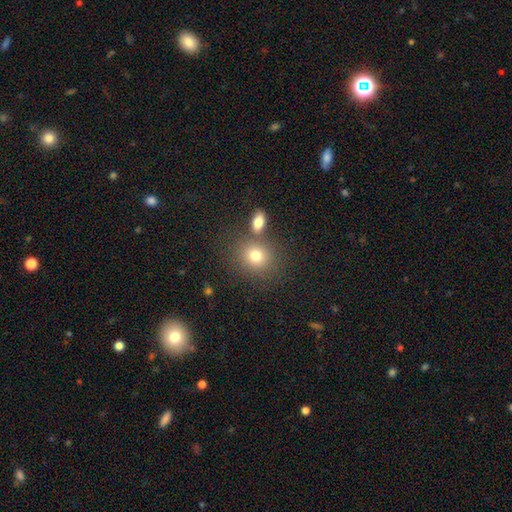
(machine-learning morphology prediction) smooth_or_featured: smooth (p=0.78) [alt: star or artifact p=0.12]
how_rounded: round (p=0.72) [alt: in between p=0.27]
merging: none (p=0.67) [alt: merger p=0.19]